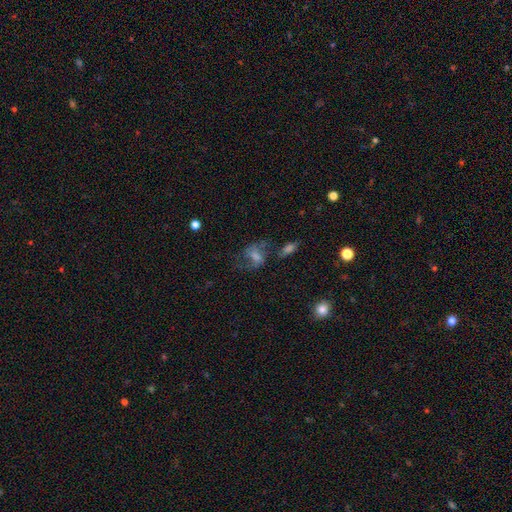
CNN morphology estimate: The model was most divided on "smooth or featured": featured or disk: 49%, smooth: 33%, star or artifact: 18%. More confident: merging — none (50%).